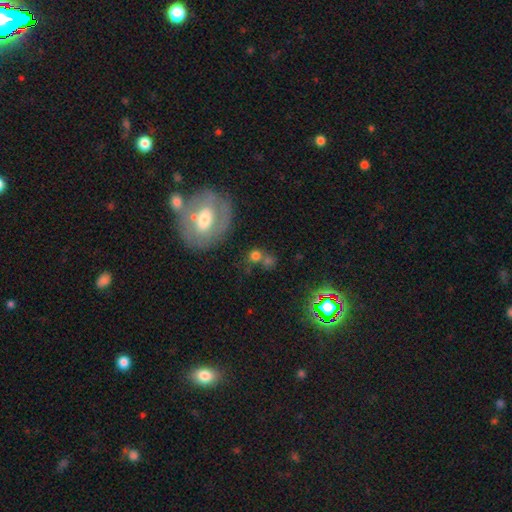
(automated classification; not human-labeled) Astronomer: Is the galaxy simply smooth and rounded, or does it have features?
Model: smooth — 64%.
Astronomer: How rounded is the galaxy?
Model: round — 76%.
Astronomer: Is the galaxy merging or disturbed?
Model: none — 49% (runner-up: merger, 30%).